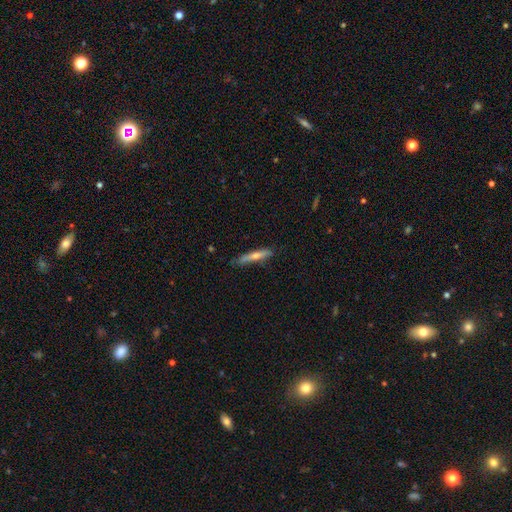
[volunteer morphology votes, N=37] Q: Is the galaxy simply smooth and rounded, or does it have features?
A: featured or disk — 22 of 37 (59%).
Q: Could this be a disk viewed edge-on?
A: yes — 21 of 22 (95%).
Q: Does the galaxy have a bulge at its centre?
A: rounded — 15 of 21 (71%).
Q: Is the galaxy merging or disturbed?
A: none — 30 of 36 (83%).